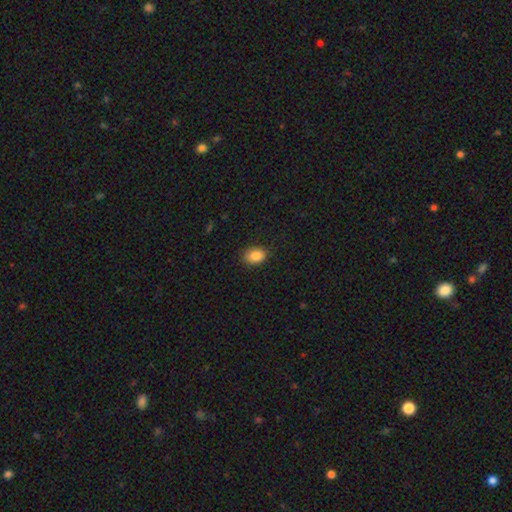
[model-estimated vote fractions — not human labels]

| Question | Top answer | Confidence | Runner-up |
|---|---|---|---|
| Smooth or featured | smooth | 87% | star or artifact (8%) |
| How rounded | in between | 76% | round (23%) |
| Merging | none | 86% | minor disturbance (11%) |